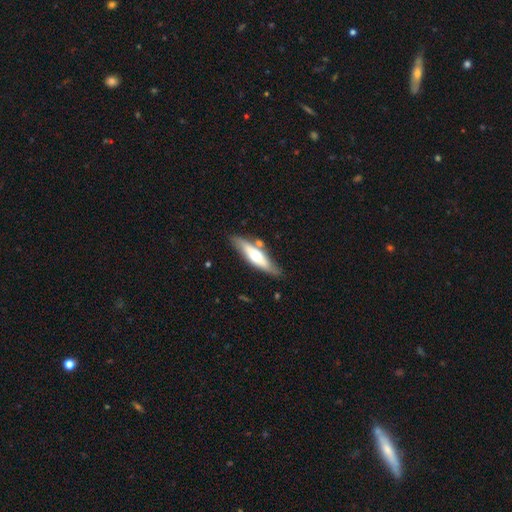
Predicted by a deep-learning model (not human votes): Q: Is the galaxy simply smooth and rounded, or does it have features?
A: featured or disk — 50%.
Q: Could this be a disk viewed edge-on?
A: yes — 77%.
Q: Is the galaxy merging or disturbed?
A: none — 76%.